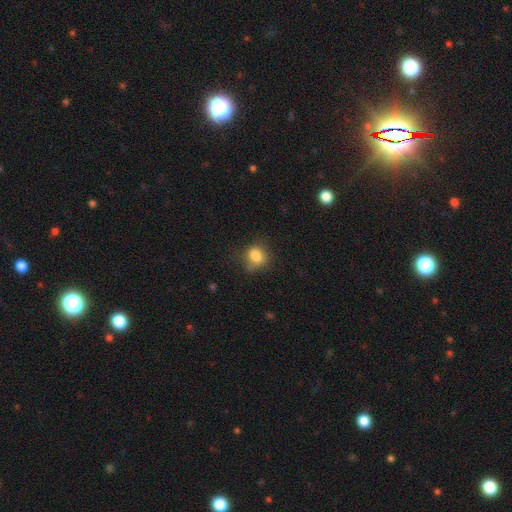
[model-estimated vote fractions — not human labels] Q: Smooth or featured?
A: smooth (83%); runner-up: star or artifact (10%)
Q: How rounded?
A: round (57%); runner-up: in between (42%)
Q: Merging?
A: none (62%); runner-up: minor disturbance (26%)